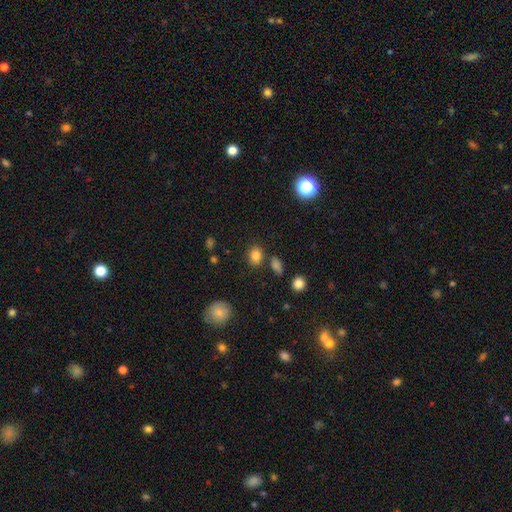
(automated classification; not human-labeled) A smooth galaxy with no disk features (83%) that is round (50%).

Vote fractions:
- Smooth or featured? smooth: 83% / star or artifact: 12% / featured or disk: 5%
- How rounded? round: 50% / in between: 49% / cigar-shaped: 1%
- Merging? none: 77% / minor disturbance: 11% / merger: 8% / major disturbance: 4%